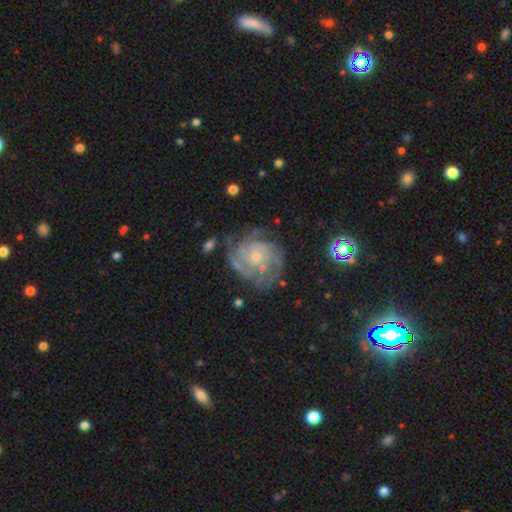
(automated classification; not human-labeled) Smooth or featured?
  - featured or disk: 84% *
  - smooth: 10%
  - star or artifact: 7%
Edge-on disk?
  - no: 98% *
  - yes: 2%
Bar?
  - no: 80% *
  - weak: 17%
  - strong: 3%
Spiral arms?
  - yes: 93% *
  - no: 7%
Spiral winding?
  - tight: 66% *
  - medium: 27%
  - loose: 7%
Spiral arm count?
  - can't tell: 32% *
  - 3: 22%
  - 2: 17%
  - 4: 15%
  - more than 4: 7%
  - 1: 6%
Bulge size?
  - small: 68% *
  - moderate: 25%
  - none: 3%
  - large: 2%
  - dominant: 1%
Merging?
  - none: 65% *
  - minor disturbance: 20%
  - major disturbance: 11%
  - merger: 4%